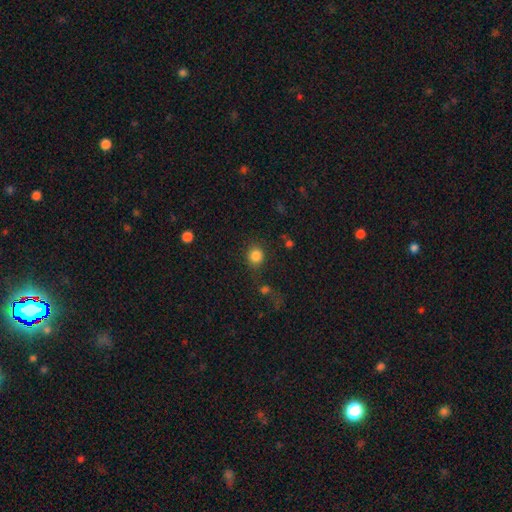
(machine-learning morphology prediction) The model was most divided on "merging": none: 75%, minor disturbance: 11%, merger: 7%, major disturbance: 7%. More confident: how rounded — round (86%); smooth or featured — smooth (84%).